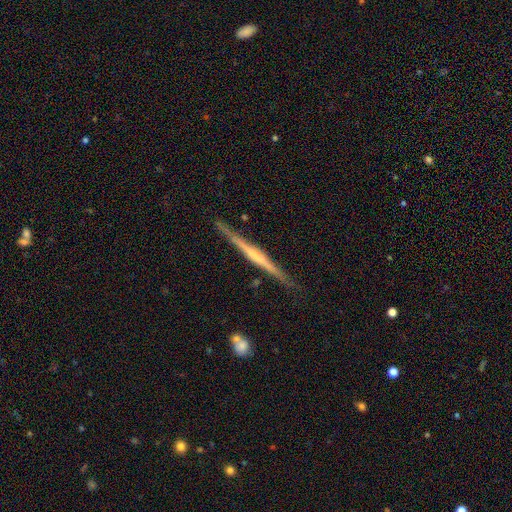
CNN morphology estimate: A featured or disk galaxy (73%) viewed edge-on (98%) with no central bulge (44%). Merging: none (85%).